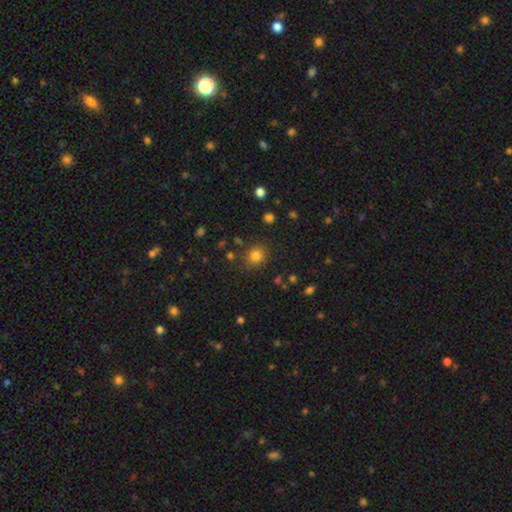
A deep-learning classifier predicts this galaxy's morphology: This is likely a smooth galaxy (79%). How rounded: clearly round (84%). Merging: clearly none (85%).